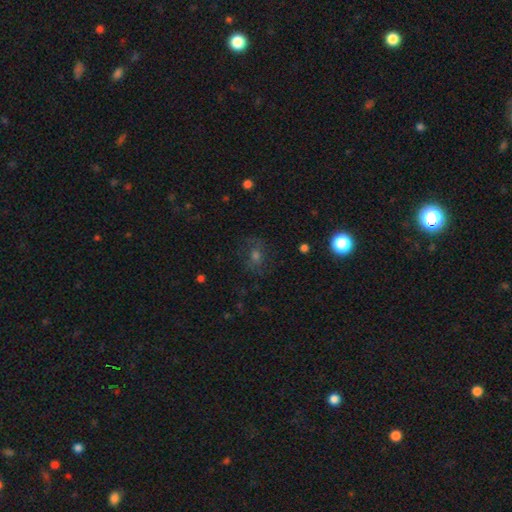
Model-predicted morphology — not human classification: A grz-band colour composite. It shows a smooth galaxy with no disk features (39%). Merging: none (72%).